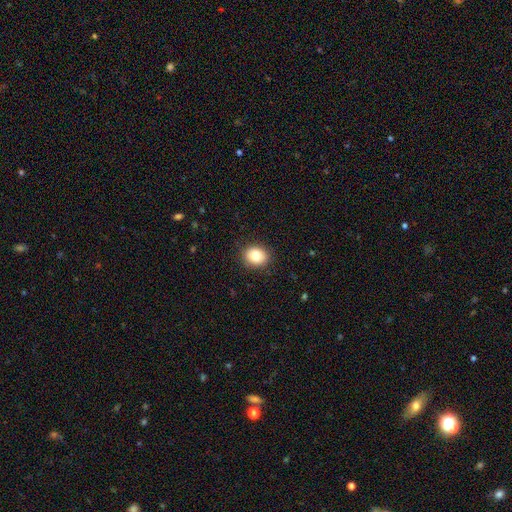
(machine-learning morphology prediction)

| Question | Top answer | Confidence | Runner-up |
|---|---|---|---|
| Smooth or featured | smooth | 83% | star or artifact (9%) |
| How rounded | round | 56% | in between (43%) |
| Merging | none | 89% | minor disturbance (8%) |